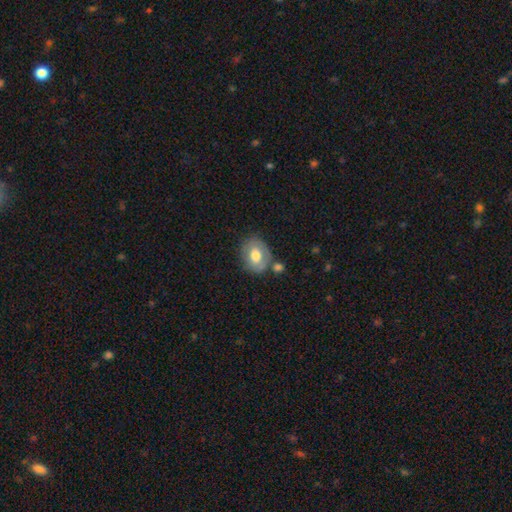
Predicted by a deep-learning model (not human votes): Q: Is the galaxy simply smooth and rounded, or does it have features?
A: smooth — 64%.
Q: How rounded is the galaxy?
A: in between — 56%.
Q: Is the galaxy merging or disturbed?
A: none — 64%.